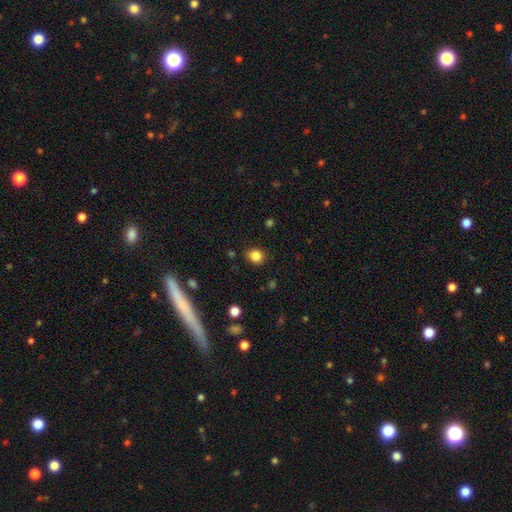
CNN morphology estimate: This appears to be a smooth galaxy with no disk features (84%) that is round (78%). Merging: none (87%).